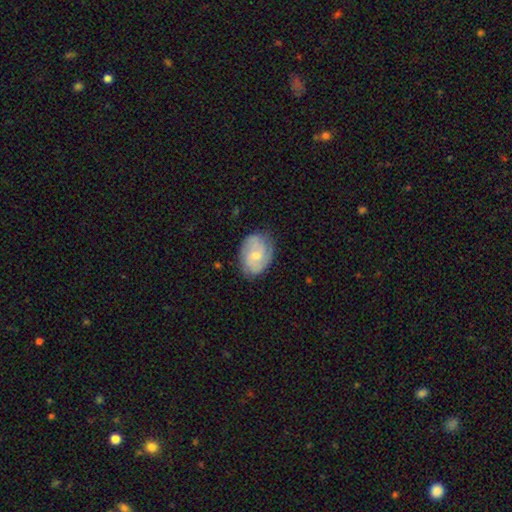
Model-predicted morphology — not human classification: featured or disk 67%, smooth 27%, star or artifact 6%. Down the decision tree: edge-on disk — no (97%); bar — no (58%); spiral arms — yes (91%); spiral arm count — 2 (54%); spiral winding — tight (45%); bulge size — moderate (50%); merging — none (76%).